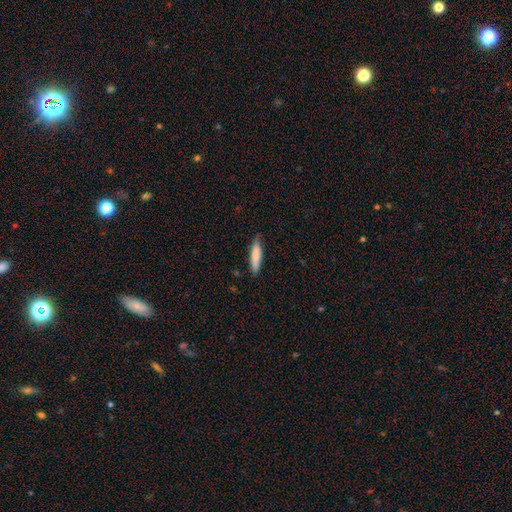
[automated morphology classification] Smooth or featured: smooth — 80% (featured or disk — 14%)
How rounded: cigar-shaped — 79% (in between — 19%)
Merging: none — 77% (minor disturbance — 19%)